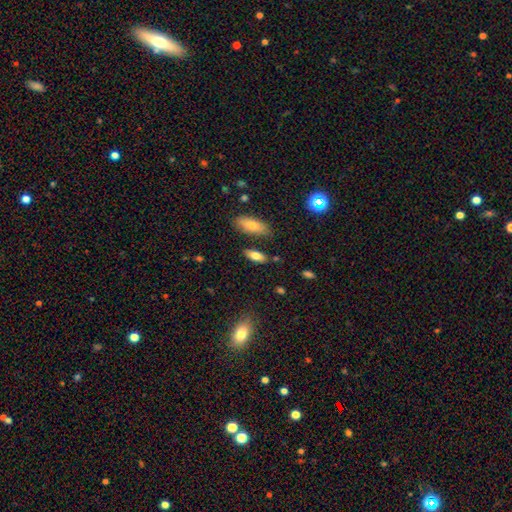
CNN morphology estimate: smooth_or_featured: smooth (p=0.77) [alt: featured or disk p=0.15]
how_rounded: in between (p=0.78) [alt: cigar-shaped p=0.18]
merging: none (p=0.78) [alt: minor disturbance p=0.12]